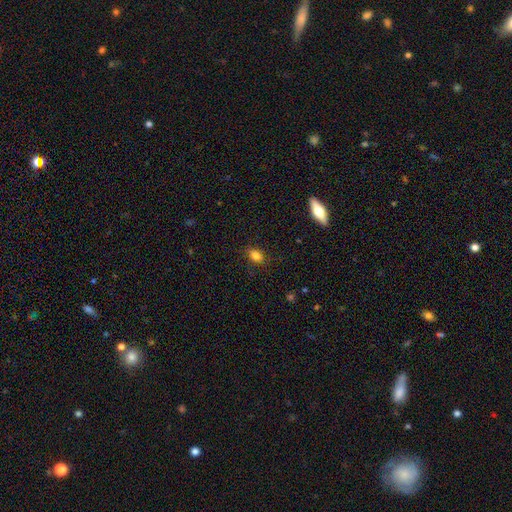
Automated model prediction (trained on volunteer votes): smooth_or_featured: smooth (p=0.83) [alt: star or artifact p=0.11]
how_rounded: in between (p=0.78) [alt: round p=0.19]
merging: none (p=0.84) [alt: minor disturbance p=0.12]